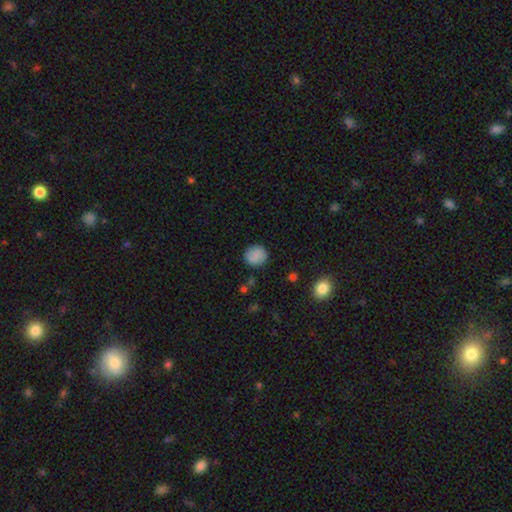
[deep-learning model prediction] Smooth or featured? smooth (80%)
How rounded? round (89%)
Merging? none (86%)